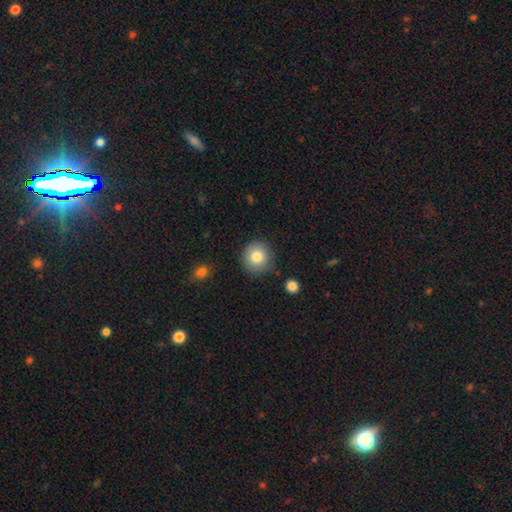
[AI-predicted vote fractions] This appears to be a smooth galaxy with no disk features (82%) that is round (92%). Merging: none (84%).